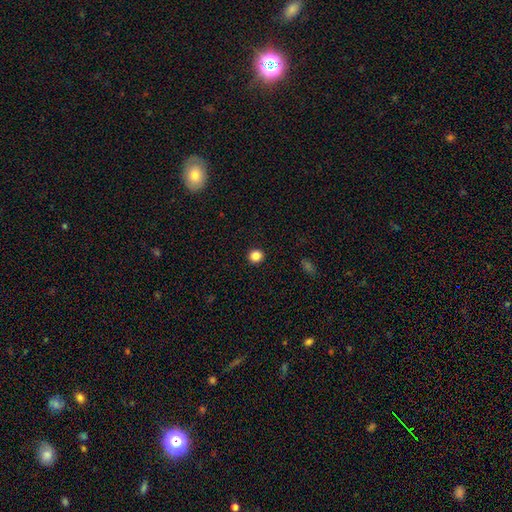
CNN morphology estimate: smooth 85%, star or artifact 11%, featured or disk 4%. Down the decision tree: how rounded — round (92%); merging — none (93%).